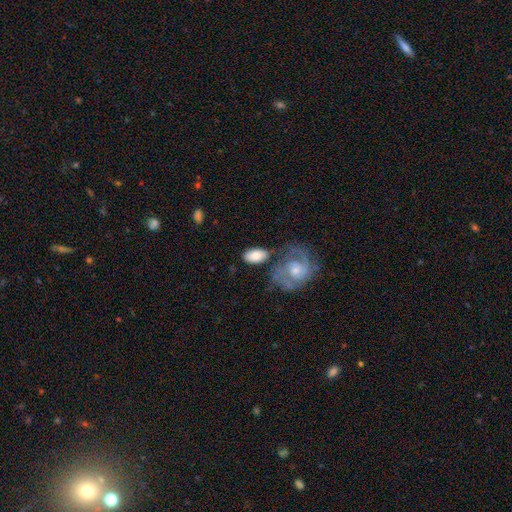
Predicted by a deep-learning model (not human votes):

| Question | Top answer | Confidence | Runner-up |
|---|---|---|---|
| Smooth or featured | smooth | 76% | featured or disk (18%) |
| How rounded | in between | 91% | round (7%) |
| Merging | none | 60% | minor disturbance (19%) |